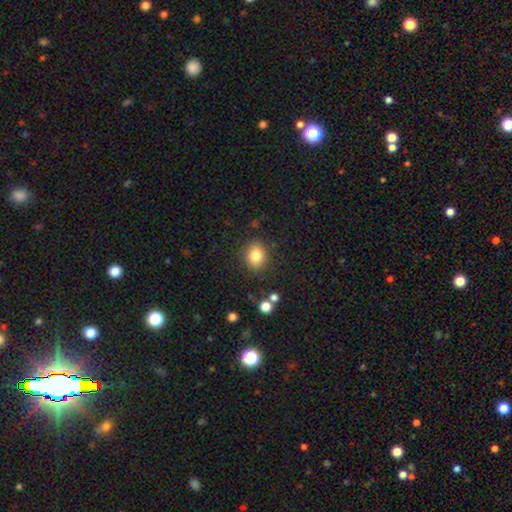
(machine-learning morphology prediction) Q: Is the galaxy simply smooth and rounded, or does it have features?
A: smooth — 83%.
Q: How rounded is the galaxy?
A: in between — 52%.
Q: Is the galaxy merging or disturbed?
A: none — 84%.